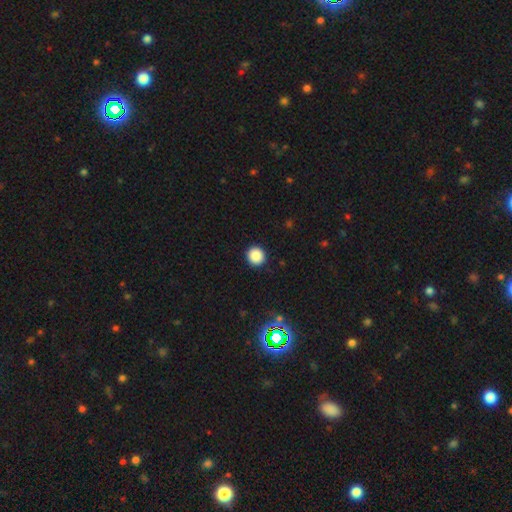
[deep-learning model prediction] Morphology: type=smooth (87%); roundness=round (92%); merging=none (92%).